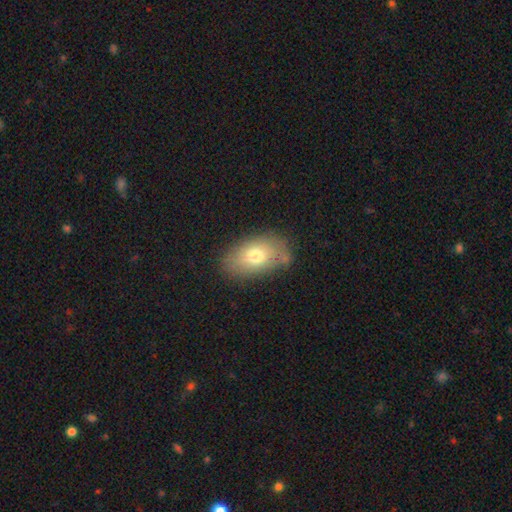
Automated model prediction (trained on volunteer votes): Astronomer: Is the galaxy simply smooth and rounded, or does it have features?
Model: smooth — 72%.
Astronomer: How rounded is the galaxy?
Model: in between — 89%.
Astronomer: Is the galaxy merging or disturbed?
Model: none — 74%.